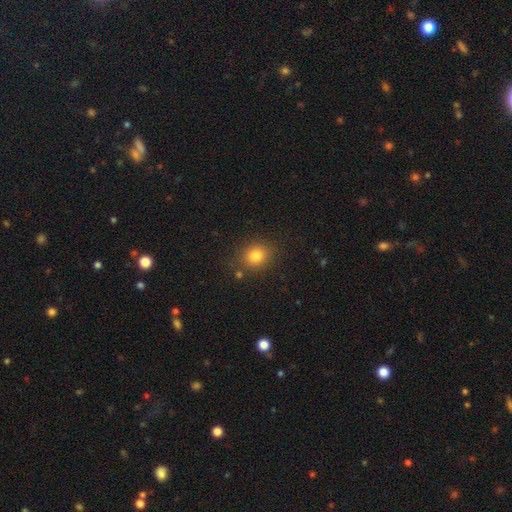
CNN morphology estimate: Q: Smooth or featured?
A: smooth (82%); runner-up: star or artifact (12%)
Q: How rounded?
A: round (71%); runner-up: in between (29%)
Q: Merging?
A: none (83%); runner-up: minor disturbance (10%)